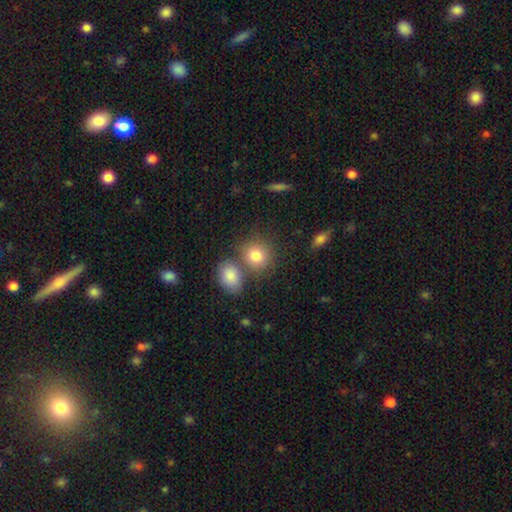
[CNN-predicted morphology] A smooth galaxy with no disk features (82%) that is round (74%). Merging: none (57%).